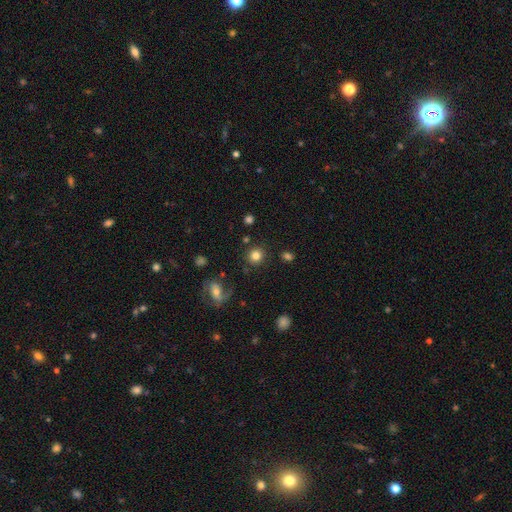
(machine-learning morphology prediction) Smooth or featured?
  - smooth: 80% *
  - star or artifact: 11%
  - featured or disk: 9%
How rounded?
  - round: 91% *
  - in between: 8%
  - cigar-shaped: 1%
Merging?
  - none: 86% *
  - minor disturbance: 7%
  - major disturbance: 4%
  - merger: 3%